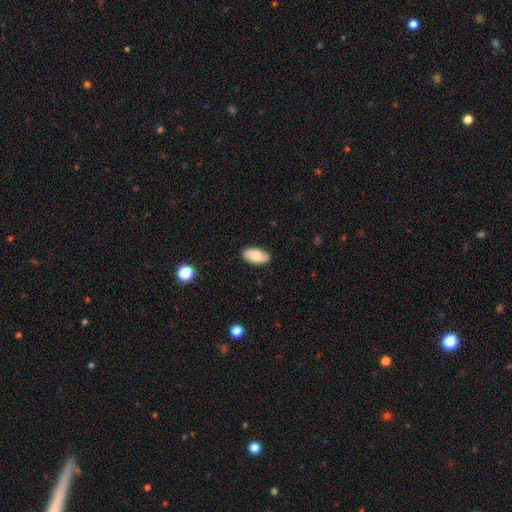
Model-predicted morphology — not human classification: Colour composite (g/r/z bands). It shows a smooth galaxy with no disk features (64%) that is in between round and cigar-shaped (94%). Merging: none (86%).